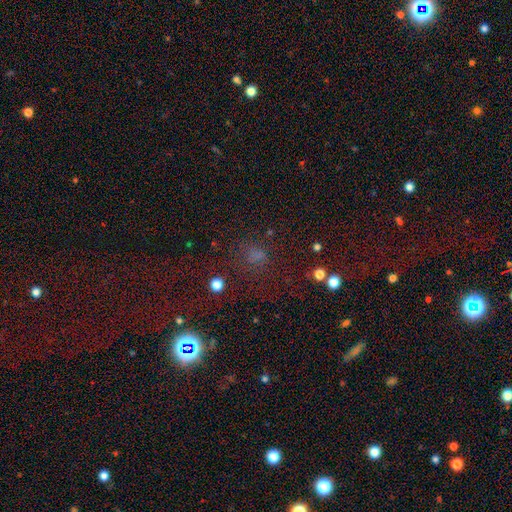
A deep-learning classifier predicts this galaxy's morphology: smooth_or_featured: smooth (p=0.58) [alt: star or artifact p=0.31]
how_rounded: round (p=0.66) [alt: in between p=0.32]
merging: none (p=0.63) [alt: minor disturbance p=0.17]